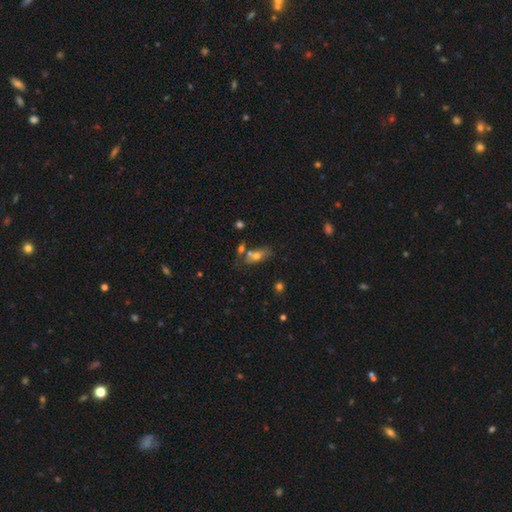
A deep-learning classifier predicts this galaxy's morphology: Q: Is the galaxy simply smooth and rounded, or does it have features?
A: smooth — 64%.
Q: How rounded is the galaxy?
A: in between — 81%.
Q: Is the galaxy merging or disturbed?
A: none — 47%.